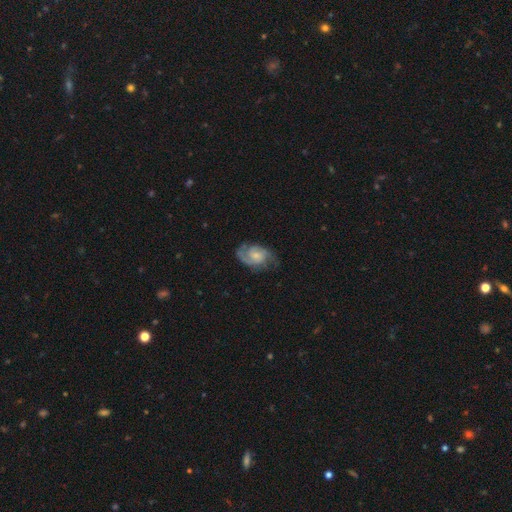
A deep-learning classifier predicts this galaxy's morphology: Smooth or featured: featured or disk — 79% (smooth — 15%)
Edge-on disk: no — 97% (yes — 3%)
Bar: no — 57% (weak — 38%)
Spiral arms: yes — 95% (no — 5%)
Spiral winding: medium — 49% (tight — 32%)
Spiral arm count: 2 — 76% (can't tell — 9%)
Bulge size: small — 48% (moderate — 33%)
Merging: none — 67% (minor disturbance — 21%)